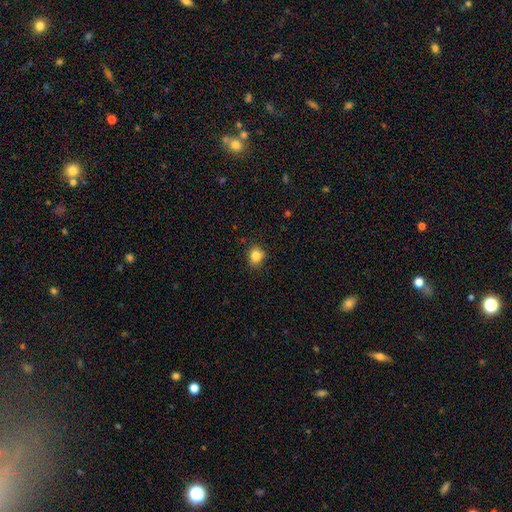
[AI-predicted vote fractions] A smooth galaxy with no disk features (85%) that is round (66%).

Vote fractions:
- Smooth or featured? smooth: 85% / star or artifact: 10% / featured or disk: 5%
- How rounded? round: 66% / in between: 33% / cigar-shaped: 1%
- Merging? none: 84% / minor disturbance: 12% / major disturbance: 3% / merger: 1%